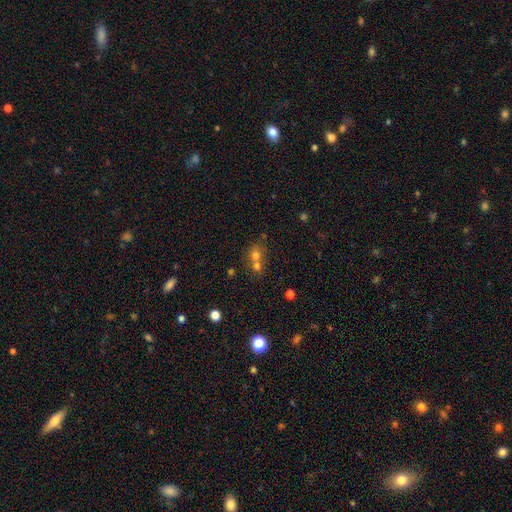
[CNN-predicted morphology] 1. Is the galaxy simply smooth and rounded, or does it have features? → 68% smooth, 17% star or artifact, 15% featured or disk.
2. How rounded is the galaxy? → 73% round, 26% in between, 1% cigar-shaped.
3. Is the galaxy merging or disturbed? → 58% merger, 33% none, 6% minor disturbance, 3% major disturbance.